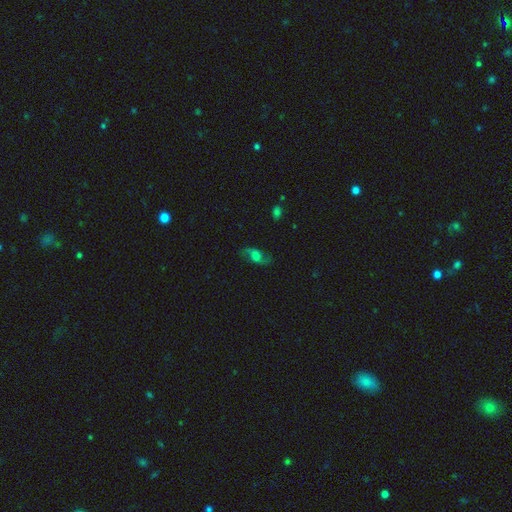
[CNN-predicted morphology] This is likely a featured or disk galaxy (67%). It is clearly not viewed edge-on (91%). Bar: possibly no (51%). Spiral arm pattern: clearly yes (92%). Spiral arm count: clearly 2 (91%). Spiral winding: likely loose (73%). Central bulge: marginally large (31%, tied with moderate). Merging: likely none (75%).